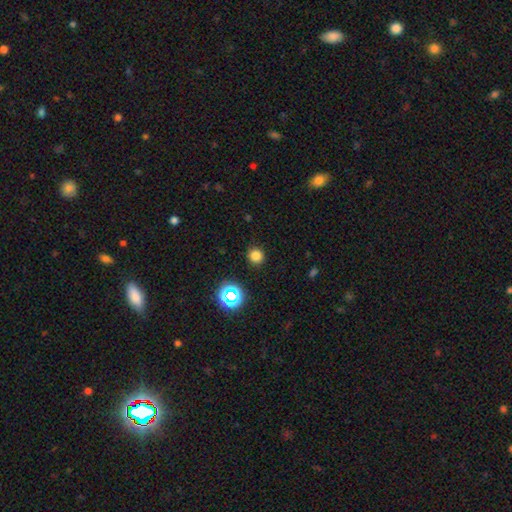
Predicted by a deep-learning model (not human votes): Smooth or featured? smooth (78%)
How rounded? round (91%)
Merging? none (90%)